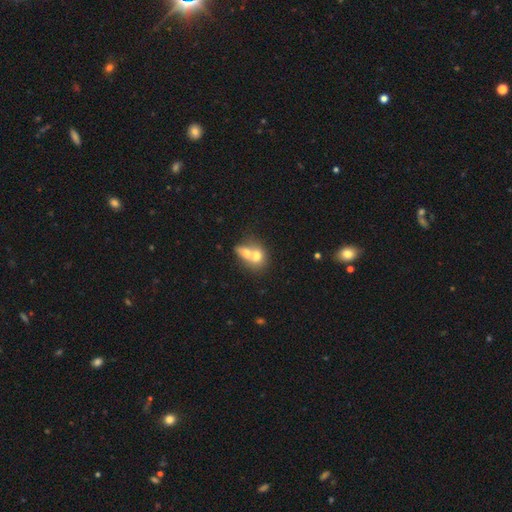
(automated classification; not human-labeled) This is likely a smooth galaxy (67%). How rounded: possibly round (50%). Merging: likely merger (74%).